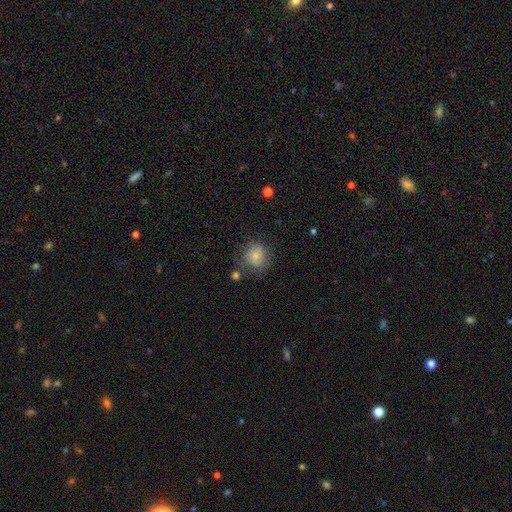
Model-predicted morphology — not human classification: Smooth or featured: smooth — 78% (featured or disk — 13%)
How rounded: round — 82% (in between — 17%)
Merging: none — 67% (minor disturbance — 20%)